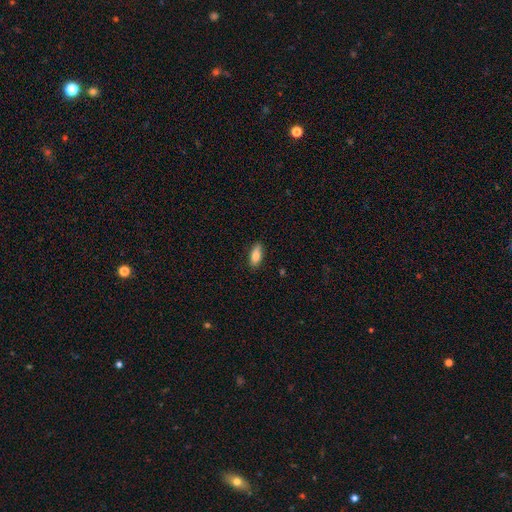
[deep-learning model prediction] Q: Smooth or featured?
A: smooth (82%); runner-up: featured or disk (12%)
Q: How rounded?
A: in between (78%); runner-up: cigar-shaped (20%)
Q: Merging?
A: none (85%); runner-up: minor disturbance (12%)